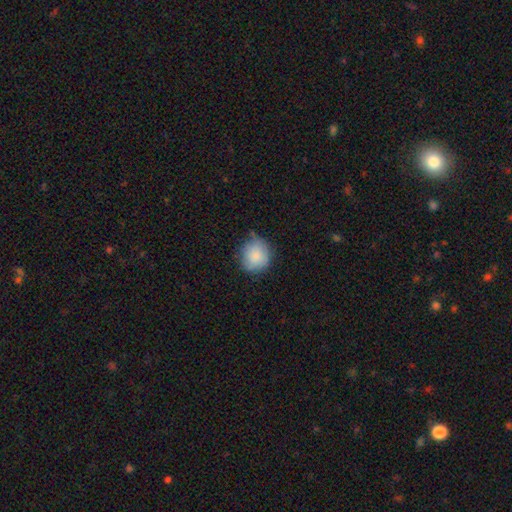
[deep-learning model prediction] Overall: smooth (85%). How rounded: round (86%). Merging: none (70%).